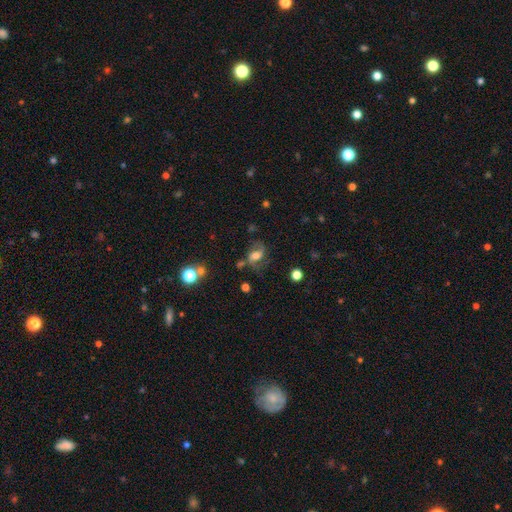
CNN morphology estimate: smooth-or-featured: featured or disk: 66% | smooth: 23% | star or artifact: 11%
  disk-edge-on: no: 96% | yes: 4%
    bar: no: 44% | weak: 40% | strong: 16%
    has-spiral-arms: yes: 90% | no: 10%
      spiral-winding: loose: 49% | medium: 41% | tight: 10%
      spiral-arm-count: 2: 87% | can't tell: 5% | 1: 4% | 3: 2% | 4: 1% | more than 4: 1%
    bulge-size: moderate: 56% | large: 22% | small: 16% | none: 4% | dominant: 3%
  merging: none: 59% | minor disturbance: 20% | major disturbance: 15% | merger: 5%